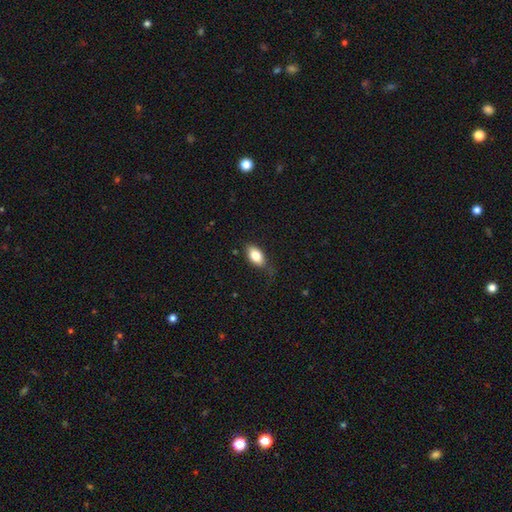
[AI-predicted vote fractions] smooth_or_featured: smooth (p=0.81) [alt: featured or disk p=0.12]
how_rounded: in between (p=0.91) [alt: round p=0.05]
merging: none (p=0.71) [alt: minor disturbance p=0.21]